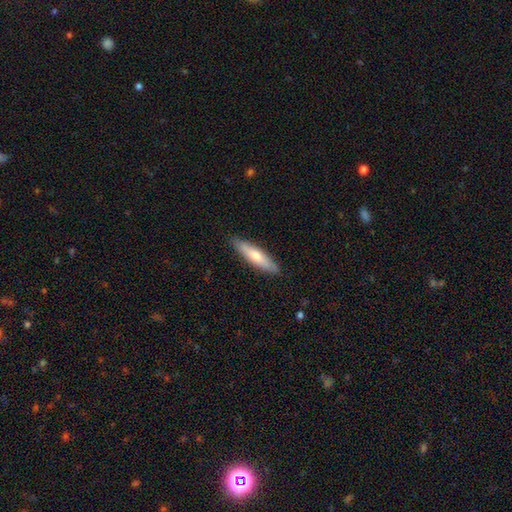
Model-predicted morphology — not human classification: Smooth or featured: smooth — 62% (featured or disk — 32%)
How rounded: cigar-shaped — 76% (in between — 23%)
Merging: none — 87% (minor disturbance — 10%)